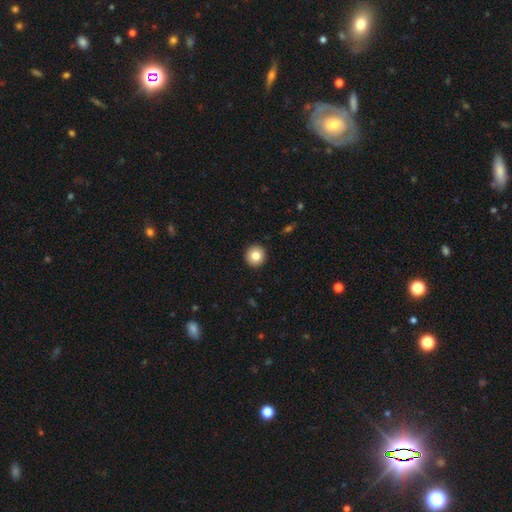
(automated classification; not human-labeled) A smooth galaxy with no disk features (81%) that is round (95%). Merging: none (93%).